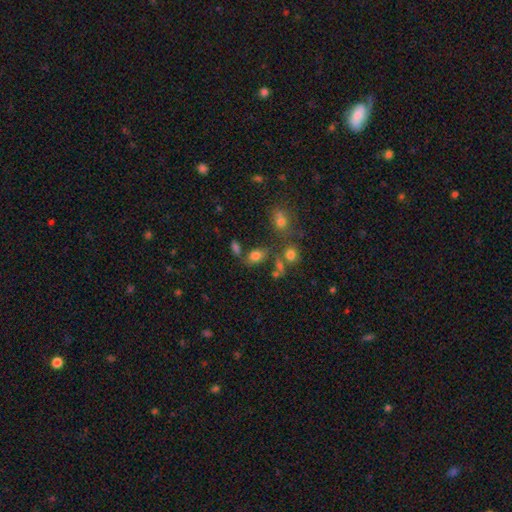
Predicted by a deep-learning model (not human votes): The model was most divided on "merging": none: 62%, merger: 17%, minor disturbance: 15%, major disturbance: 7%. More confident: how rounded — in between (83%); smooth or featured — smooth (76%).